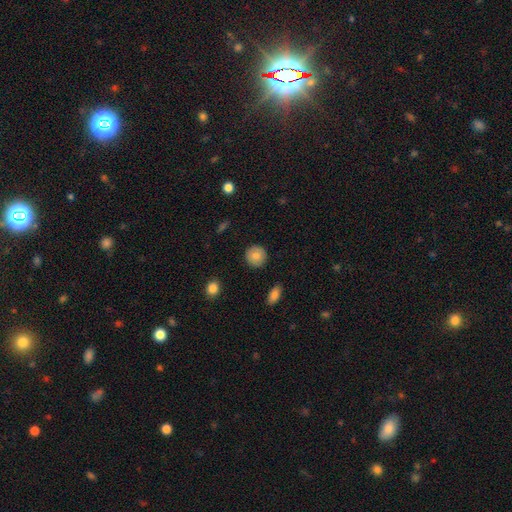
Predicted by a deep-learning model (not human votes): Morphology: type=smooth (80%); roundness=round (93%); merging=none (91%).